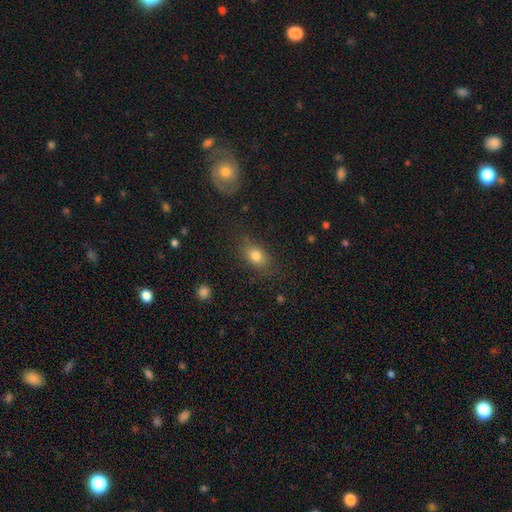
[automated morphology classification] smooth_or_featured: smooth (p=0.78) [alt: featured or disk p=0.11]
how_rounded: in between (p=0.77) [alt: round p=0.18]
merging: none (p=0.78) [alt: minor disturbance p=0.15]